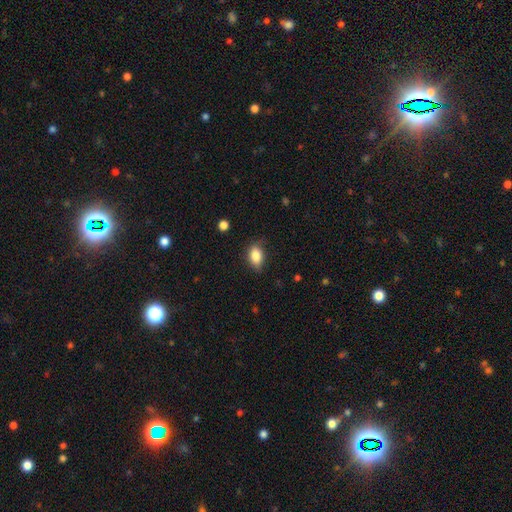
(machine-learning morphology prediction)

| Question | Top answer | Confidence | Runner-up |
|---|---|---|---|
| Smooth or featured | smooth | 84% | star or artifact (8%) |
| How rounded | in between | 84% | round (14%) |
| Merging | none | 73% | minor disturbance (22%) |